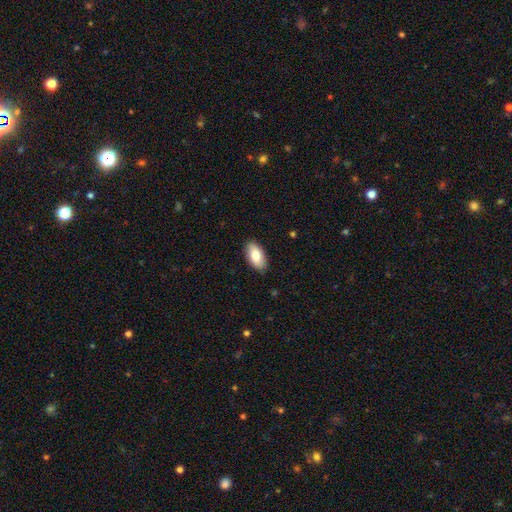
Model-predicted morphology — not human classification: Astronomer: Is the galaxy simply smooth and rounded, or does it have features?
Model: smooth — 80%.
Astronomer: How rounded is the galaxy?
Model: in between — 94%.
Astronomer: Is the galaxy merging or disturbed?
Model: none — 88%.